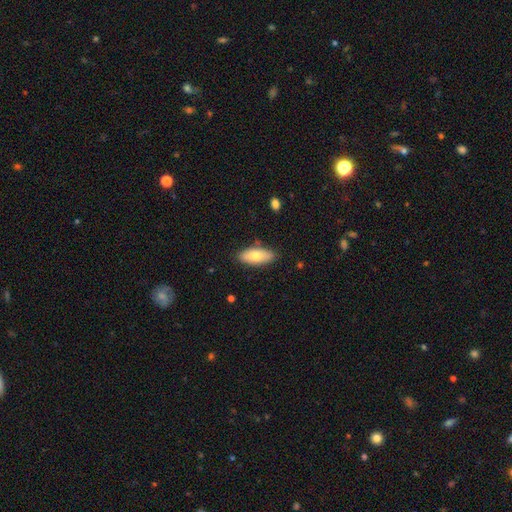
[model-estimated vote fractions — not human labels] This is likely a smooth galaxy (74%). How rounded: clearly in between (84%). Merging: clearly none (83%).